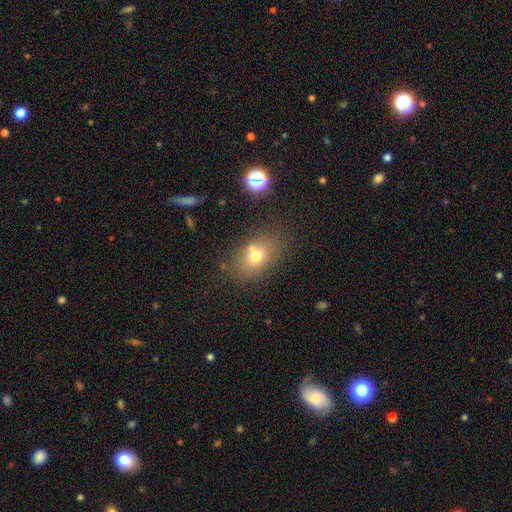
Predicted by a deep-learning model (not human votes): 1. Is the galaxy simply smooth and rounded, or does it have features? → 69% smooth, 17% featured or disk, 14% star or artifact.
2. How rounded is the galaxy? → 73% in between, 25% round, 2% cigar-shaped.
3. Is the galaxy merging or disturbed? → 66% none, 15% minor disturbance, 14% merger, 5% major disturbance.